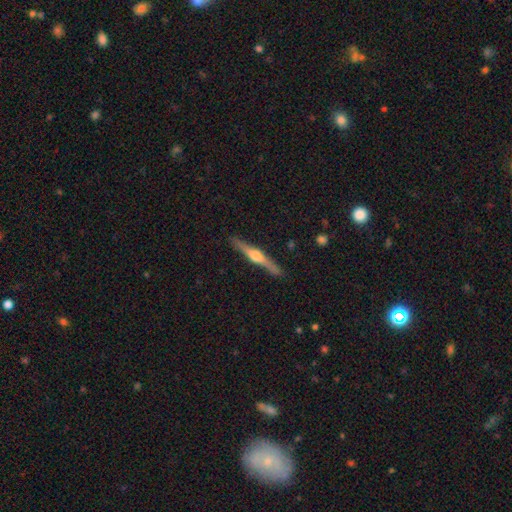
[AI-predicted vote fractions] smooth-or-featured: featured or disk: 76% | smooth: 18% | star or artifact: 5%
  disk-edge-on: yes: 98% | no: 2%
    edge-on-bulge: rounded: 92% | boxy: 5% | none: 3%
  merging: none: 91% | minor disturbance: 7% | major disturbance: 1% | merger: 1%